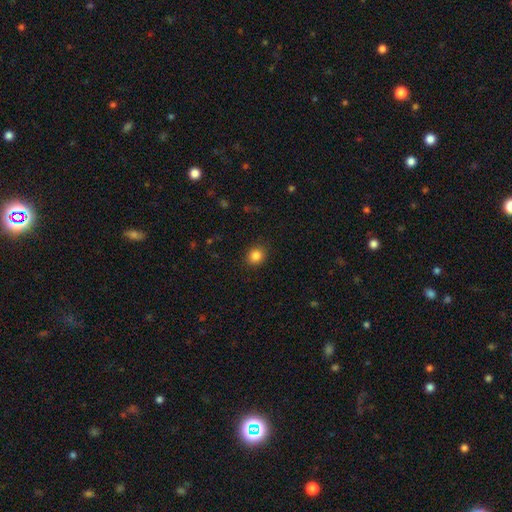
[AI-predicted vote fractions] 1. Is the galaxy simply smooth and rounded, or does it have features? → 85% smooth, 11% star or artifact, 4% featured or disk.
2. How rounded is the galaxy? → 74% round, 25% in between, 1% cigar-shaped.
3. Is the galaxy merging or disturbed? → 89% none, 8% minor disturbance, 3% major disturbance, 1% merger.